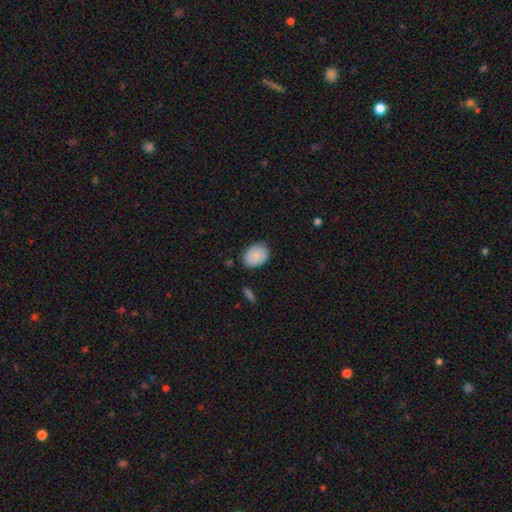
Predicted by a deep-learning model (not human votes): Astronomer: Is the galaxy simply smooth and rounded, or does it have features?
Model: smooth — 85%.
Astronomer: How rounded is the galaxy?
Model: in between — 76%.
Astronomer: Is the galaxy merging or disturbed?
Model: none — 82%.